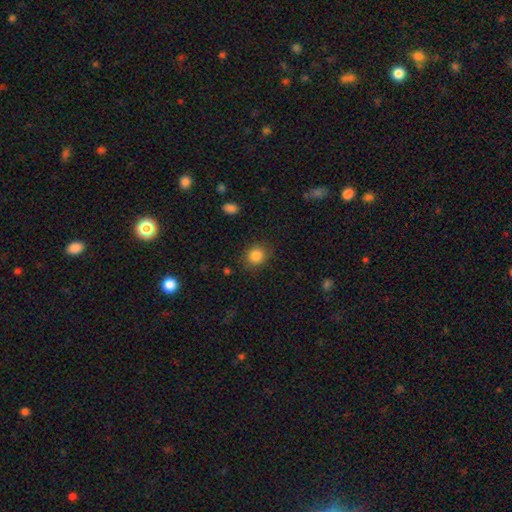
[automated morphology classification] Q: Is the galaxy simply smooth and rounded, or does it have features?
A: smooth — 85%.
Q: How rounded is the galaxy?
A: round — 80%.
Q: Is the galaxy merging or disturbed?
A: none — 86%.